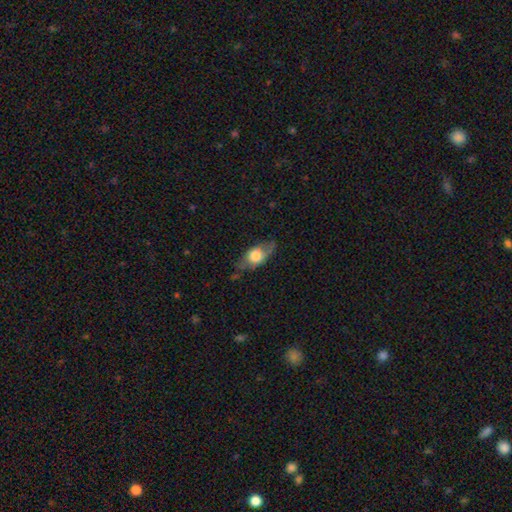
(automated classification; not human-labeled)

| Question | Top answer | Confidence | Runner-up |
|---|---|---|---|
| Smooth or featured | smooth | 58% | featured or disk (35%) |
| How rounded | in between | 77% | round (14%) |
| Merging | none | 62% | minor disturbance (27%) |